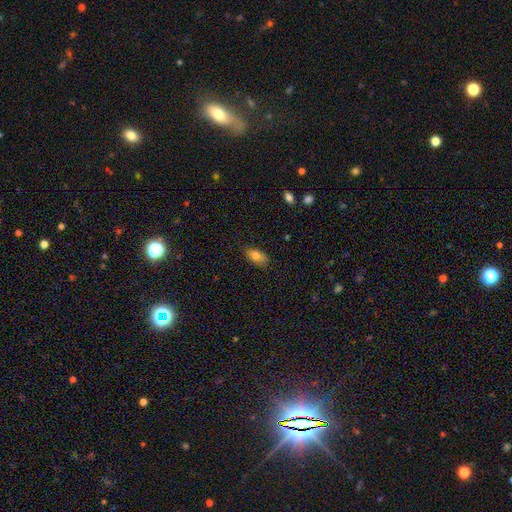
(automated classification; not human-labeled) smooth 80%, featured or disk 12%, star or artifact 9%. Down the decision tree: how rounded — in between (88%); merging — none (77%).